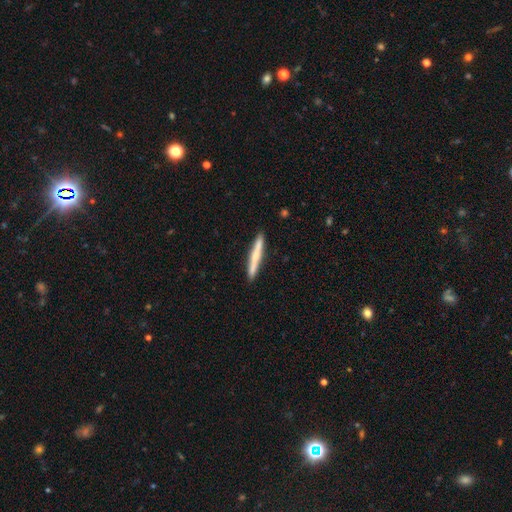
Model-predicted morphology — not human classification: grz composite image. It shows a smooth galaxy with no disk features (58%) that is cigar-shaped (96%). Merging: none (91%).